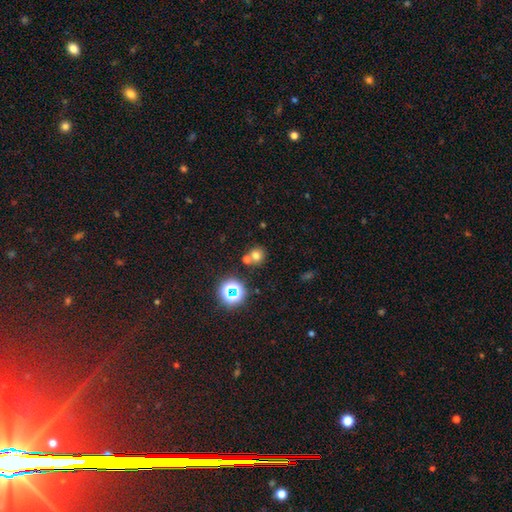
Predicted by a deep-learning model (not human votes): Smooth or featured? smooth (66%)
How rounded? round (86%)
Merging? none (61%)